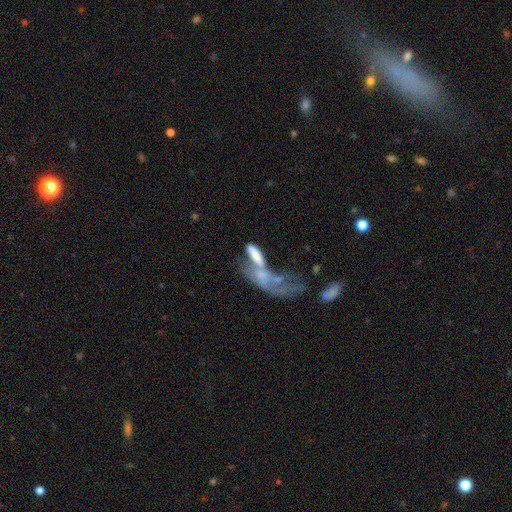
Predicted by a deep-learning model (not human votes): Morphology: type=smooth (55%); roundness=in between (50%); merging=merger (60%).